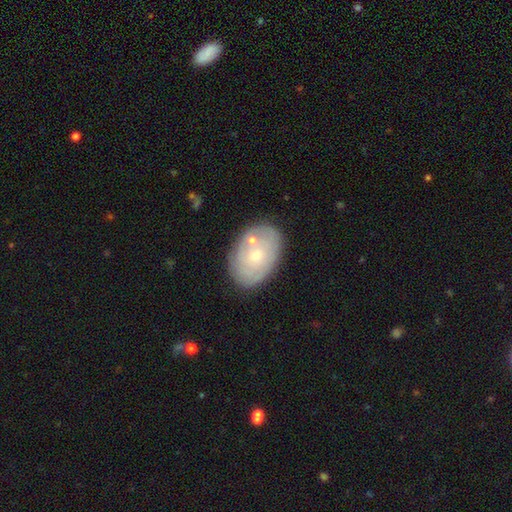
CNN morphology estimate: Smooth or featured: featured or disk — 48% (smooth — 45%)
Merging: none — 74% (minor disturbance — 15%)